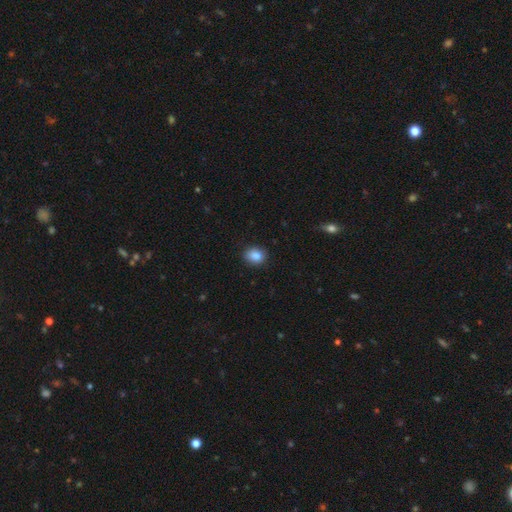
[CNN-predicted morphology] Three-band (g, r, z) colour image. It shows a smooth galaxy with no disk features (86%) that is round (55%). Merging: none (87%).